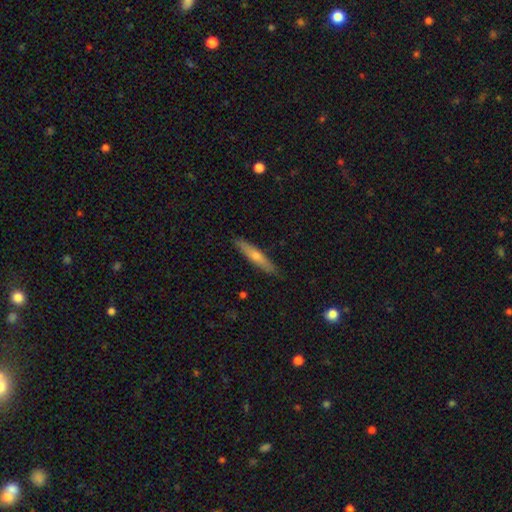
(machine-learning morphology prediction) smooth-or-featured: smooth: 49% | featured or disk: 45% | star or artifact: 6%
  merging: none: 90% | minor disturbance: 8% | major disturbance: 1% | merger: 1%